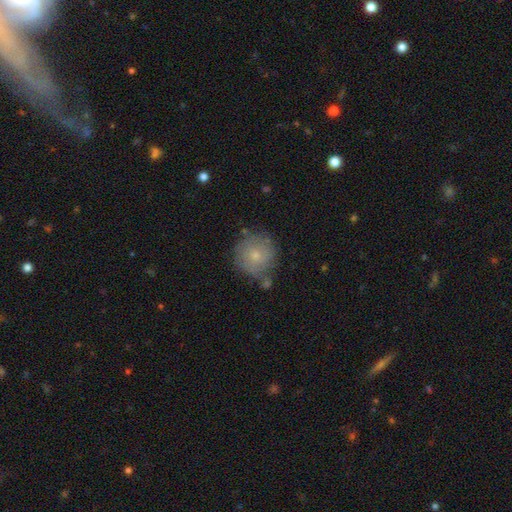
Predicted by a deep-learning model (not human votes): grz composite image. It shows a smooth galaxy with no disk features (65%) that is round (93%). Merging: none (69%).